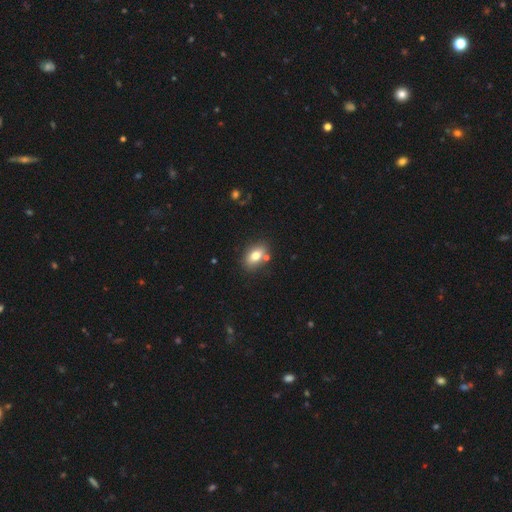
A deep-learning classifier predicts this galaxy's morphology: Smooth or featured: smooth — 75% (featured or disk — 17%)
How rounded: in between — 83% (round — 15%)
Merging: none — 76% (minor disturbance — 12%)